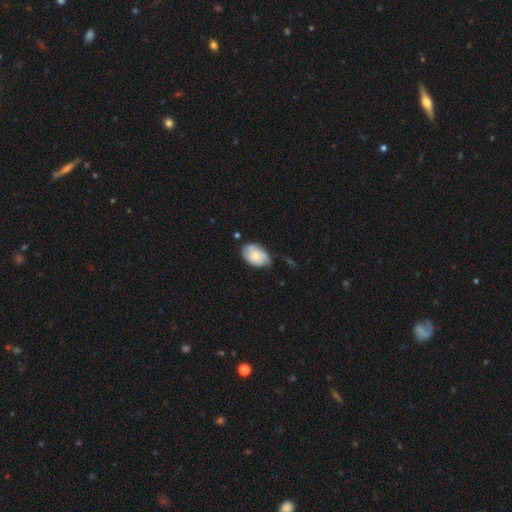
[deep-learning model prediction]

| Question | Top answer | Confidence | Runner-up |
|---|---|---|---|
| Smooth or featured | smooth | 63% | featured or disk (30%) |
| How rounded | in between | 87% | round (12%) |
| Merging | none | 57% | minor disturbance (34%) |